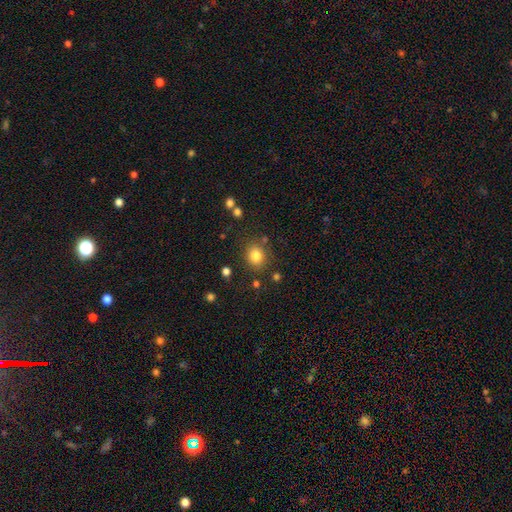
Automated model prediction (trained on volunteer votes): Smooth or featured?
  - smooth: 81% *
  - star or artifact: 12%
  - featured or disk: 7%
How rounded?
  - round: 73% *
  - in between: 26%
  - cigar-shaped: 1%
Merging?
  - none: 81% *
  - minor disturbance: 10%
  - merger: 5%
  - major disturbance: 4%